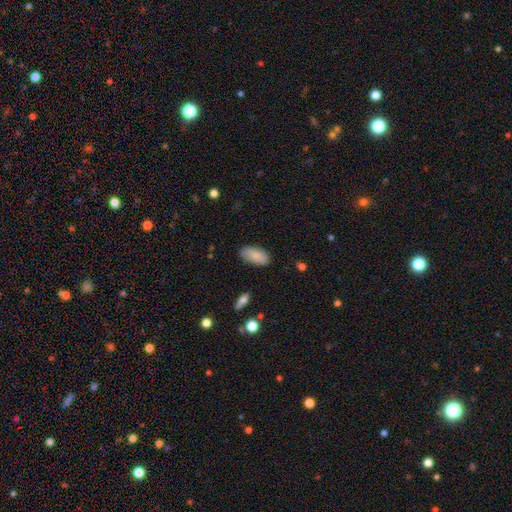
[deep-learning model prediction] Smooth or featured: smooth — 87% (featured or disk — 7%)
How rounded: in between — 93% (cigar-shaped — 5%)
Merging: none — 85% (minor disturbance — 11%)